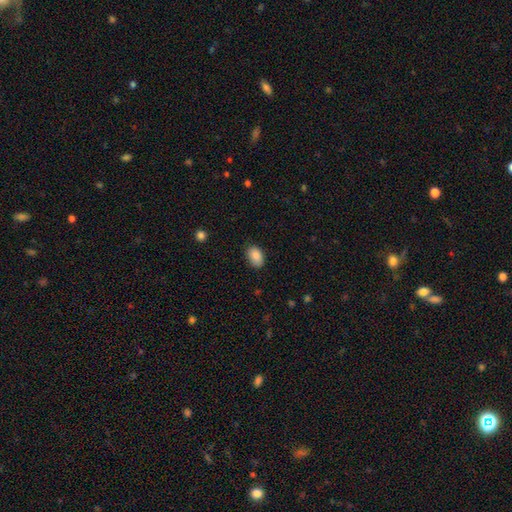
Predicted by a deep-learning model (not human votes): Smooth or featured?
  - smooth: 88% *
  - star or artifact: 8%
  - featured or disk: 5%
How rounded?
  - in between: 88% *
  - round: 11%
  - cigar-shaped: 1%
Merging?
  - none: 84% *
  - minor disturbance: 12%
  - major disturbance: 3%
  - merger: 1%